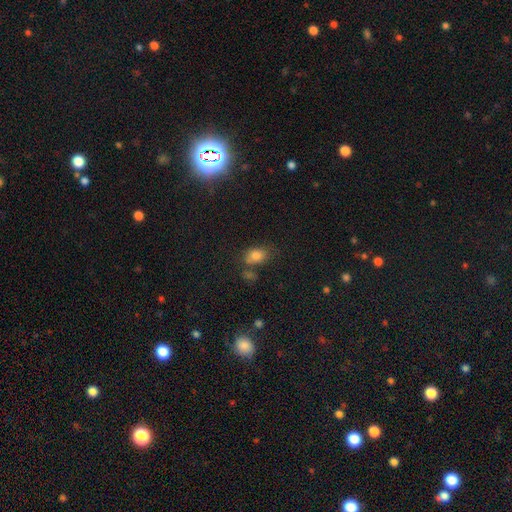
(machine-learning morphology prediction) A smooth galaxy with no disk features (80%) that is in between round and cigar-shaped (74%). Merging: none (54%).